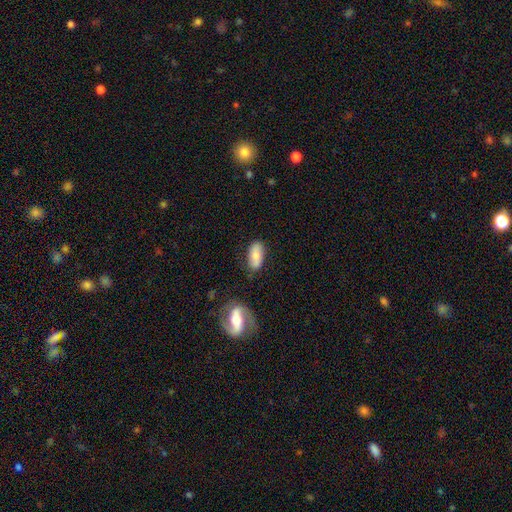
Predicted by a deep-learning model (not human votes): Overall: smooth (72%). How rounded: in between (87%). Merging: none (76%).